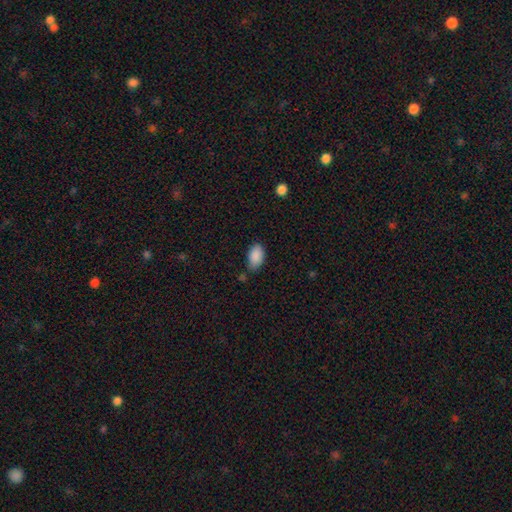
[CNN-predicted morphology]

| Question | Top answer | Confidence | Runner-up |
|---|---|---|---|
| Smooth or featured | smooth | 89% | star or artifact (7%) |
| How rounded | in between | 93% | round (5%) |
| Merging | none | 72% | minor disturbance (20%) |